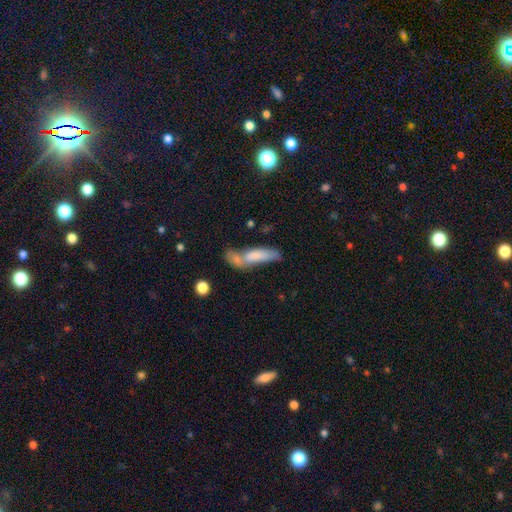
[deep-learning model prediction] Smooth or featured?
  - smooth: 71% *
  - featured or disk: 21%
  - star or artifact: 8%
How rounded?
  - cigar-shaped: 61% *
  - in between: 37%
  - round: 3%
Merging?
  - merger: 47% *
  - none: 29%
  - minor disturbance: 15%
  - major disturbance: 9%